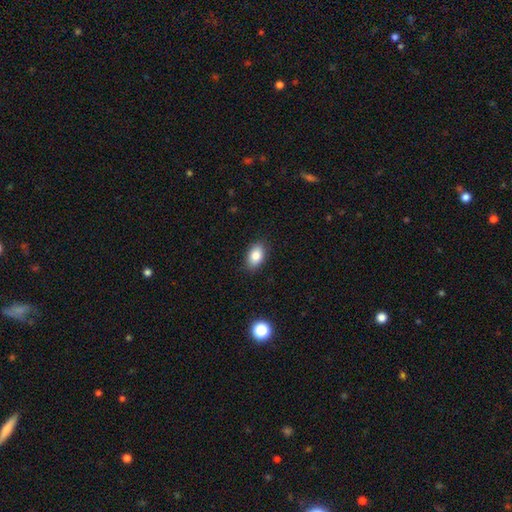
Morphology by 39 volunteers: A smooth galaxy with no disk features (87%) that is in between round and cigar-shaped (91%). Merging: none (82%).